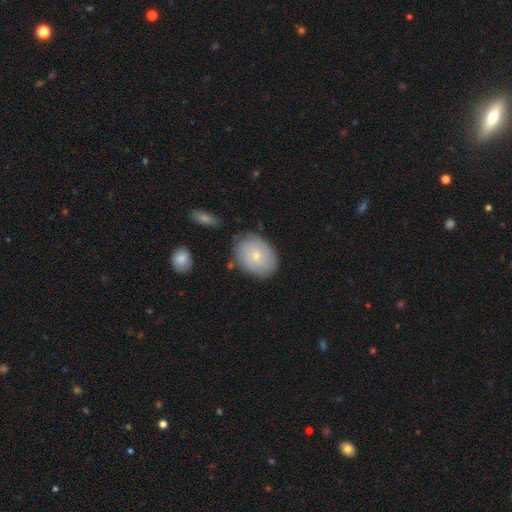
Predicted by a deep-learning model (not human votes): Smooth or featured?
  - smooth: 59% *
  - featured or disk: 34%
  - star or artifact: 7%
How rounded?
  - in between: 65% *
  - round: 34%
  - cigar-shaped: 1%
Merging?
  - none: 76% *
  - minor disturbance: 17%
  - major disturbance: 4%
  - merger: 3%